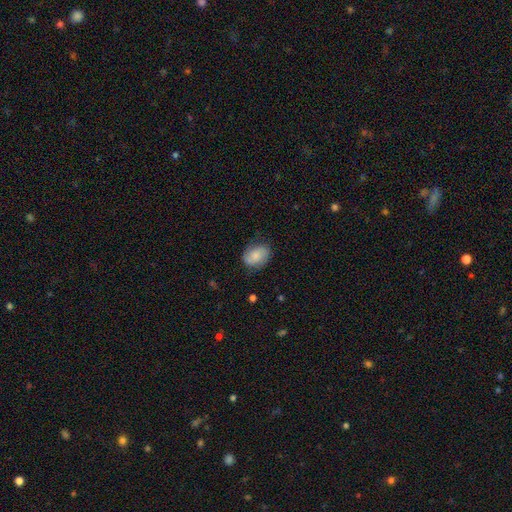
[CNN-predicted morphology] This is likely a smooth galaxy (64%). How rounded: likely in between (69%). Merging: likely none (75%).